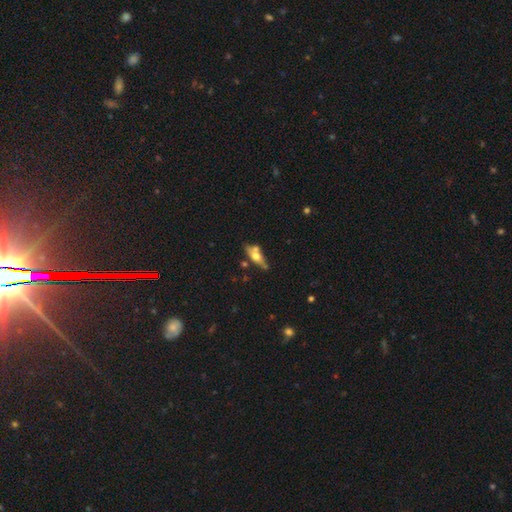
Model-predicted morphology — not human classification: smooth_or_featured: featured or disk (p=0.49) [alt: smooth p=0.43]
merging: none (p=0.56) [alt: merger p=0.19]